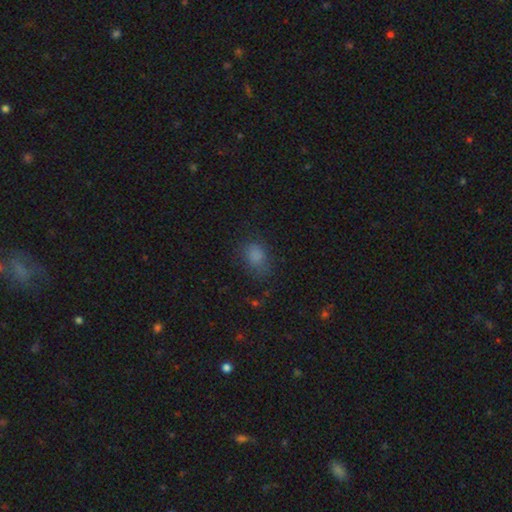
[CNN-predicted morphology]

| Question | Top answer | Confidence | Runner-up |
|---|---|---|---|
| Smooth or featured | smooth | 79% | star or artifact (15%) |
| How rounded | in between | 67% | round (32%) |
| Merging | none | 62% | minor disturbance (24%) |